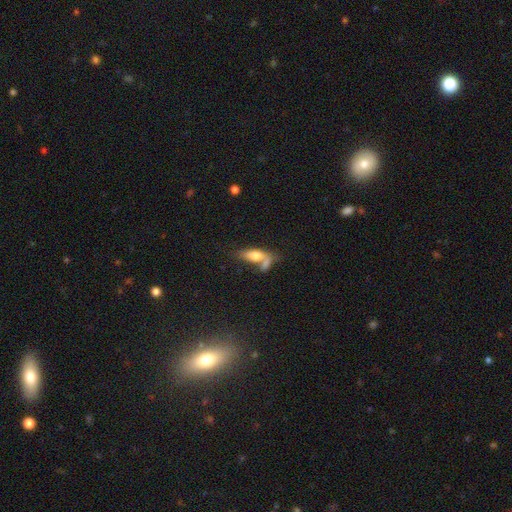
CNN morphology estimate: Overall: smooth (68%). How rounded: in between (70%). Merging: merger (45%; none 30%).